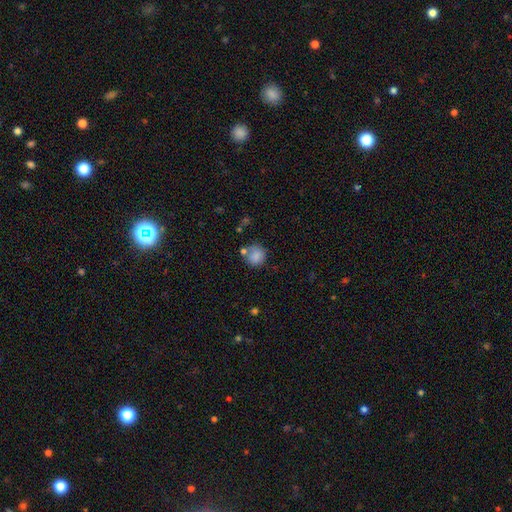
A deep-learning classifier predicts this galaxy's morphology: smooth-or-featured: smooth: 82% | star or artifact: 10% | featured or disk: 8%
  how-rounded: round: 84% | in between: 15% | cigar-shaped: 1%
  merging: none: 62% | minor disturbance: 17% | merger: 15% | major disturbance: 6%